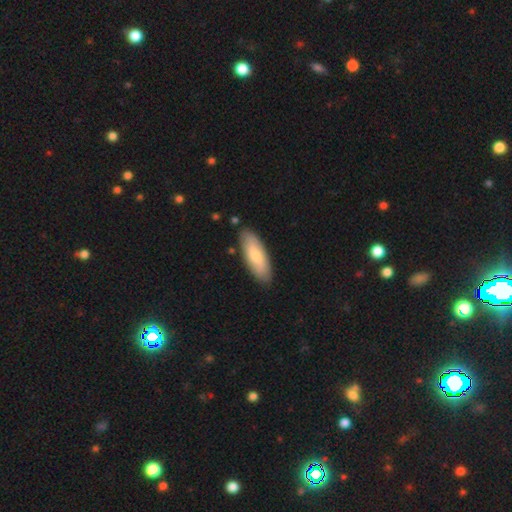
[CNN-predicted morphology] Smooth or featured? smooth (70%)
How rounded? in between (70%)
Merging? none (85%)